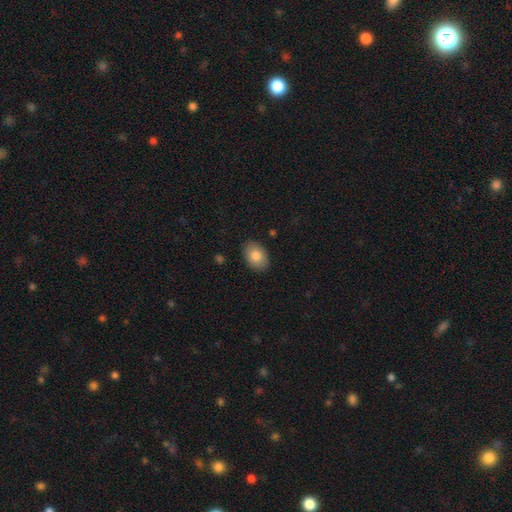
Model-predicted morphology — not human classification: This is clearly a smooth galaxy (82%). How rounded: clearly in between (84%). Merging: clearly none (88%).